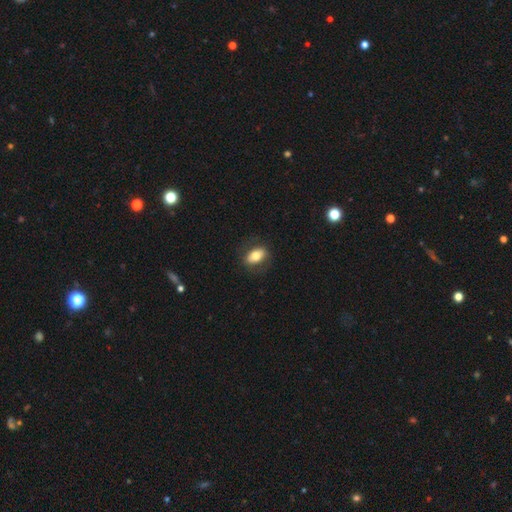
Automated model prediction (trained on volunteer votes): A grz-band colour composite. It shows a smooth galaxy with no disk features (70%) that is in between round and cigar-shaped (86%). Merging: none (80%).